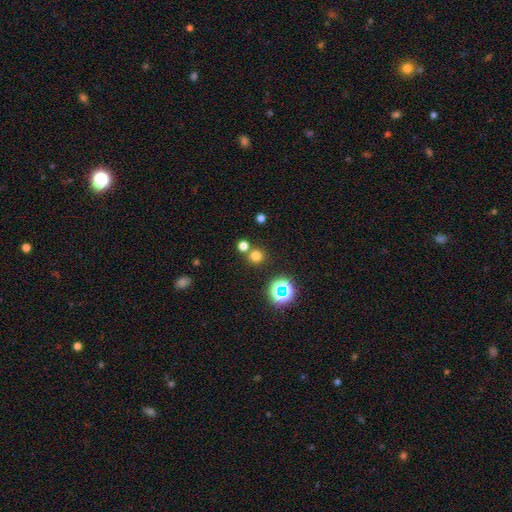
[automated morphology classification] A smooth galaxy with no disk features (69%) that is round (93%).

Vote fractions:
- Smooth or featured? smooth: 69% / star or artifact: 25% / featured or disk: 6%
- How rounded? round: 93% / in between: 6% / cigar-shaped: 1%
- Merging? none: 73% / merger: 18% / minor disturbance: 6% / major disturbance: 3%